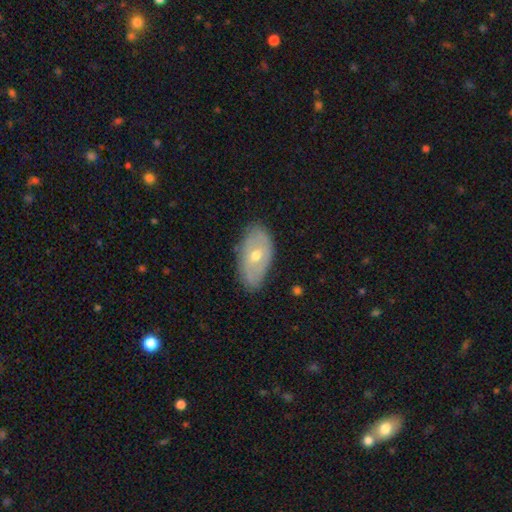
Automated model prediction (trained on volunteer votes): Smooth or featured? featured or disk (48%)
Merging? none (74%)